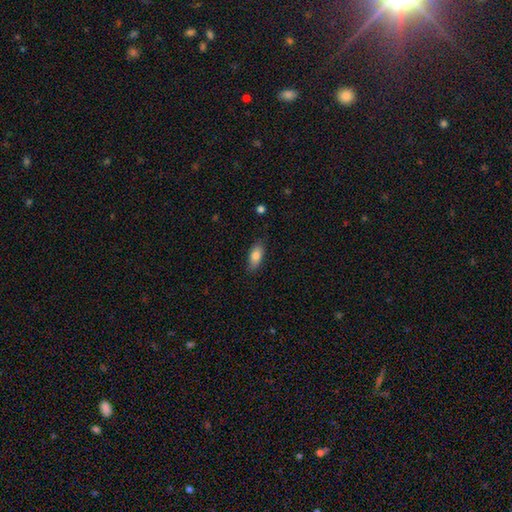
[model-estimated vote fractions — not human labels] A smooth galaxy with no disk features (82%) that is in between round and cigar-shaped (83%).

Vote fractions:
- Smooth or featured? smooth: 82% / featured or disk: 11% / star or artifact: 7%
- How rounded? in between: 83% / cigar-shaped: 14% / round: 3%
- Merging? none: 81% / minor disturbance: 15% / major disturbance: 3% / merger: 1%